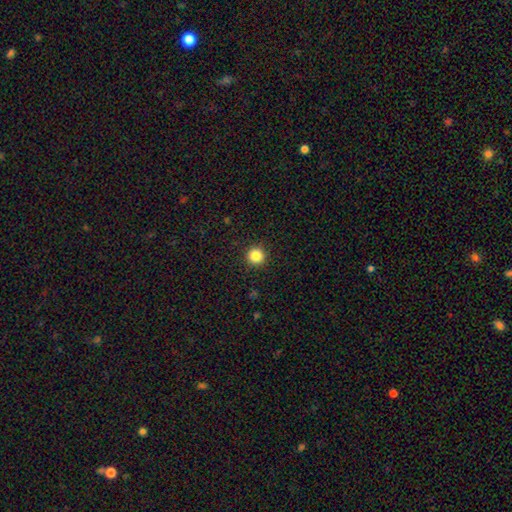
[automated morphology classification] smooth 86%, star or artifact 11%, featured or disk 4%. Down the decision tree: how rounded — round (96%); merging — none (92%).